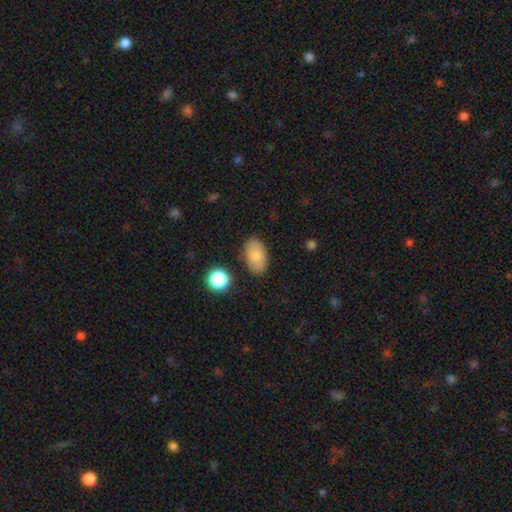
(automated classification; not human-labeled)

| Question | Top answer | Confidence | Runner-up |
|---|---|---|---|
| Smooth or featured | smooth | 77% | featured or disk (14%) |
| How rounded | in between | 90% | round (9%) |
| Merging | none | 84% | minor disturbance (11%) |